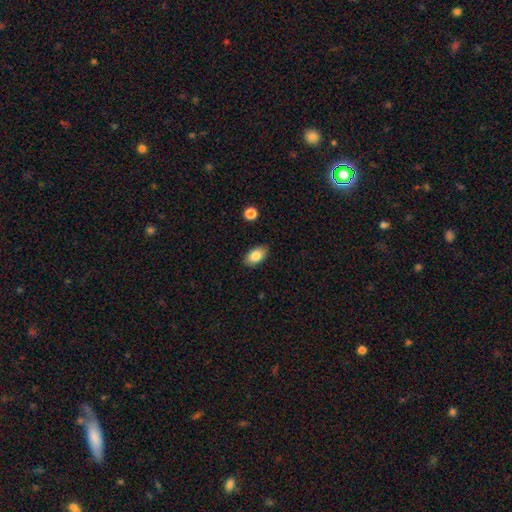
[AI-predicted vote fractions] Smooth or featured?
  - smooth: 84% *
  - featured or disk: 9%
  - star or artifact: 7%
How rounded?
  - in between: 93% *
  - round: 5%
  - cigar-shaped: 2%
Merging?
  - none: 87% *
  - minor disturbance: 9%
  - major disturbance: 2%
  - merger: 1%